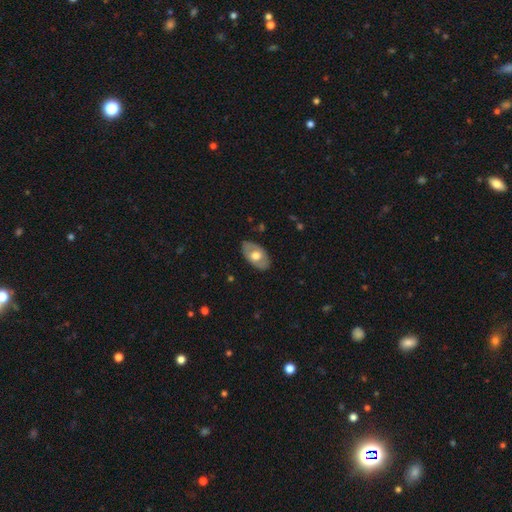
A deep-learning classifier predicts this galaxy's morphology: Q: Smooth or featured?
A: smooth (53%); runner-up: featured or disk (41%)
Q: How rounded?
A: in between (91%); runner-up: round (7%)
Q: Merging?
A: none (82%); runner-up: minor disturbance (14%)